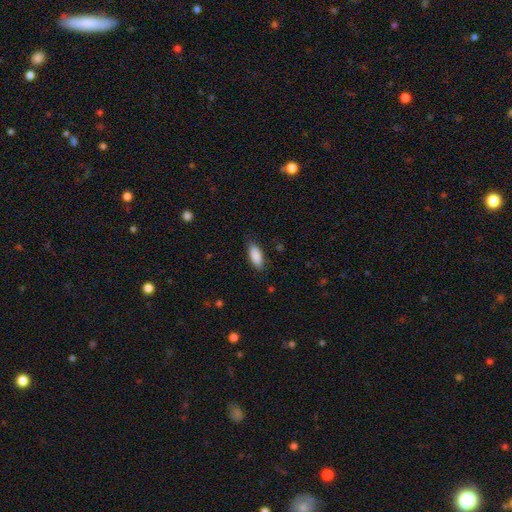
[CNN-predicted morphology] Smooth or featured: smooth — 89% (star or artifact — 6%)
How rounded: in between — 79% (cigar-shaped — 19%)
Merging: none — 83% (minor disturbance — 13%)